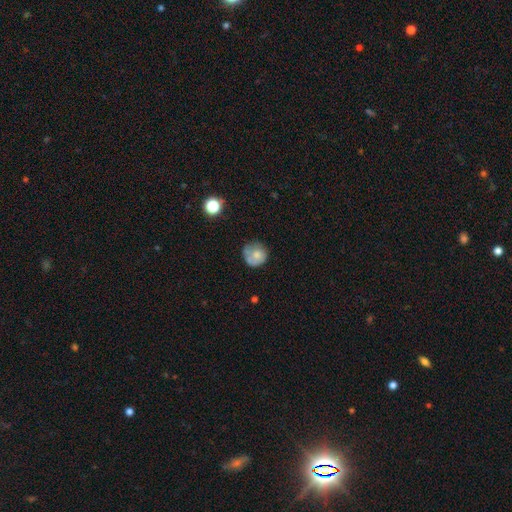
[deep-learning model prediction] Q: Smooth or featured?
A: smooth (65%); runner-up: featured or disk (26%)
Q: How rounded?
A: round (87%); runner-up: in between (12%)
Q: Merging?
A: none (54%); runner-up: minor disturbance (26%)